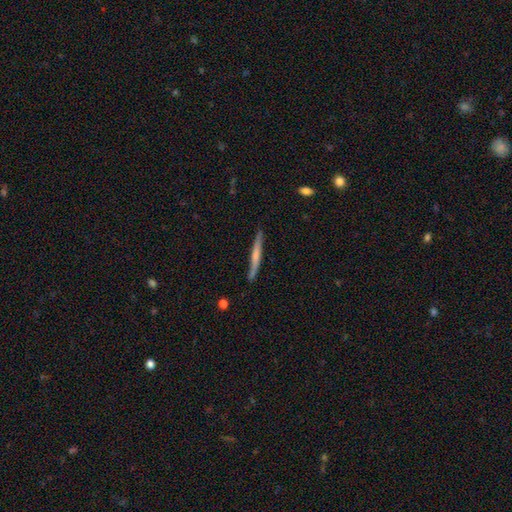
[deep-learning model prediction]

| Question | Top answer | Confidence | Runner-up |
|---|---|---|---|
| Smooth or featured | featured or disk | 49% | smooth (46%) |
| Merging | none | 83% | minor disturbance (13%) |